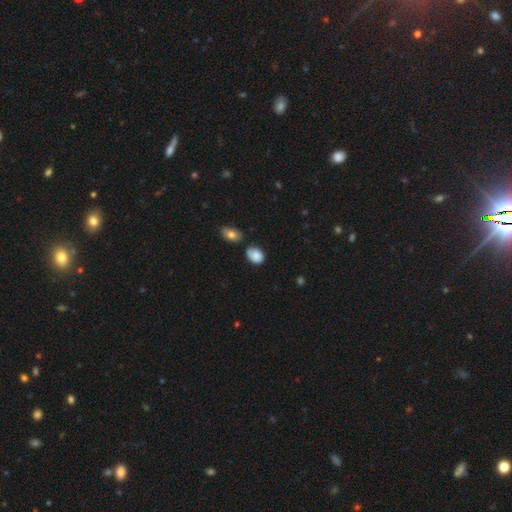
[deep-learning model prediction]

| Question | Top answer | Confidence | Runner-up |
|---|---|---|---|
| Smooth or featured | smooth | 84% | featured or disk (8%) |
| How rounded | in between | 77% | round (22%) |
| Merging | none | 52% | minor disturbance (32%) |